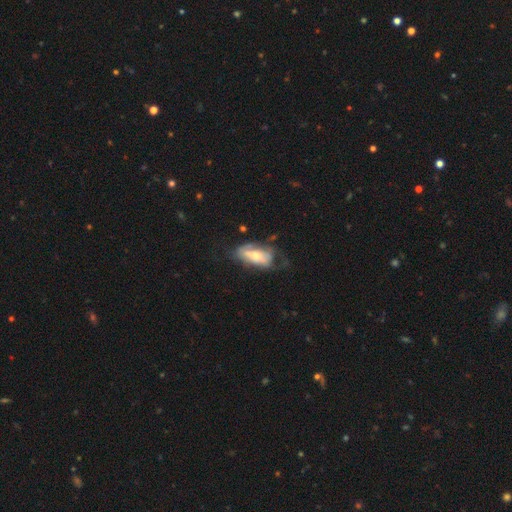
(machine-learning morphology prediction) This appears to be a featured or disk galaxy (48%). Merging: none (38%).